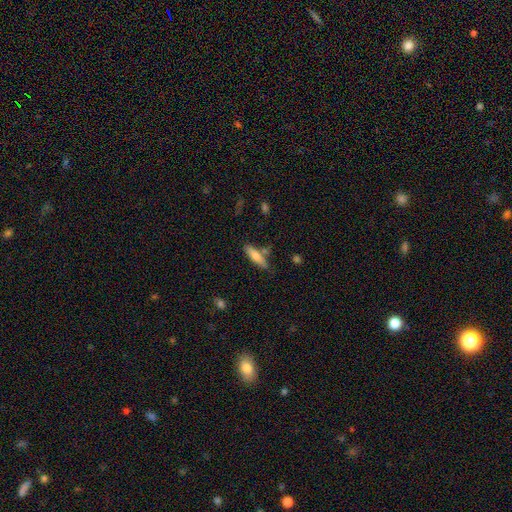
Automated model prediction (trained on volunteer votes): Smooth or featured?
  - smooth: 70% *
  - featured or disk: 23%
  - star or artifact: 7%
How rounded?
  - cigar-shaped: 65% *
  - in between: 33%
  - round: 2%
Merging?
  - none: 70% *
  - minor disturbance: 16%
  - merger: 10%
  - major disturbance: 4%